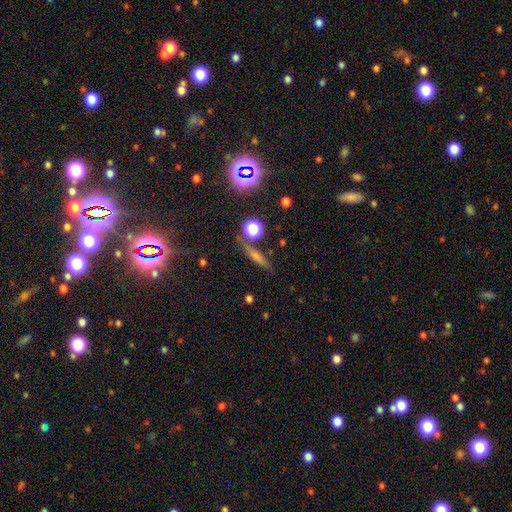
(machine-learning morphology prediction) This is marginally a smooth galaxy (41%). Merging: likely none (79%).